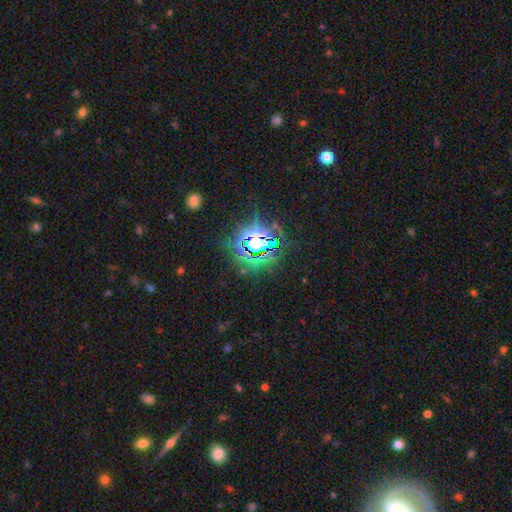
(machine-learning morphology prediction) A star or artifact, not a galaxy (83%).

Vote fractions:
- Smooth or featured? star or artifact: 83% / smooth: 10% / featured or disk: 7%